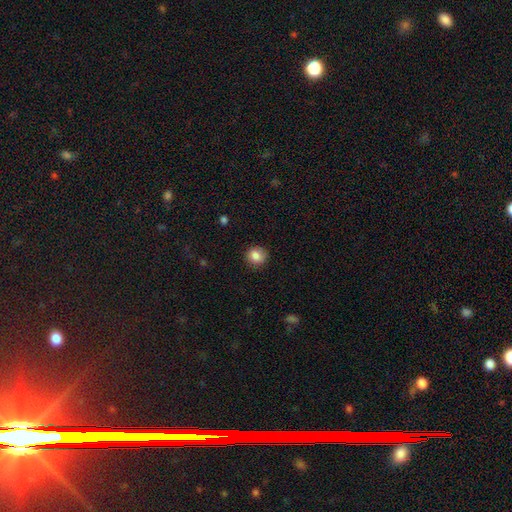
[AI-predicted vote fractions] Smooth or featured? smooth (85%)
How rounded? round (88%)
Merging? none (86%)